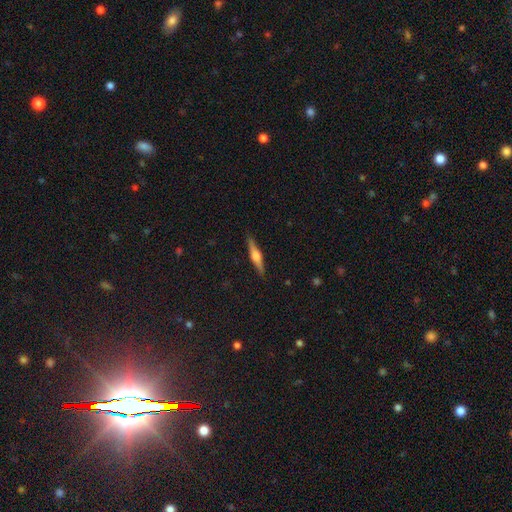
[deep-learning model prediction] Overall: featured or disk (62%; smooth 32%). Edge-on disk: yes (97%). Edge-on bulge: rounded (80%). Merging: none (89%).